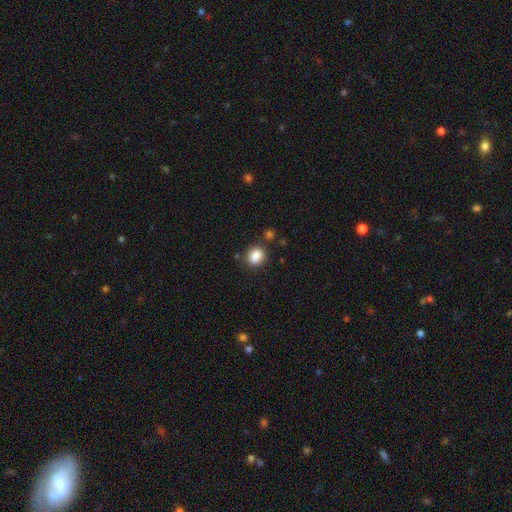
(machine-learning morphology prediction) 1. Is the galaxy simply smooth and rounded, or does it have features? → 87% smooth, 9% star or artifact, 4% featured or disk.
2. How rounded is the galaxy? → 57% round, 41% in between, 1% cigar-shaped.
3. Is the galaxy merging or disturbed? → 80% none, 12% minor disturbance, 5% merger, 3% major disturbance.